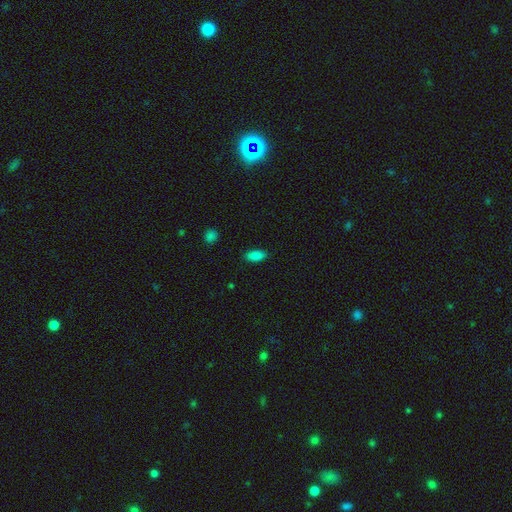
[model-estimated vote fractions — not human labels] Smooth or featured: smooth — 87% (star or artifact — 9%)
How rounded: in between — 87% (cigar-shaped — 11%)
Merging: none — 86% (minor disturbance — 10%)